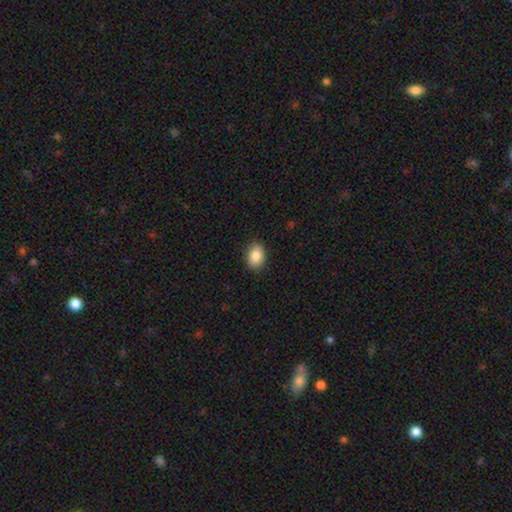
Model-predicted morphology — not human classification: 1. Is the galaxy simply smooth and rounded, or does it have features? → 88% smooth, 8% star or artifact, 4% featured or disk.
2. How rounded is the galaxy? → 78% in between, 21% round, 1% cigar-shaped.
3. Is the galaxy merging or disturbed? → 88% none, 9% minor disturbance, 2% major disturbance, 1% merger.